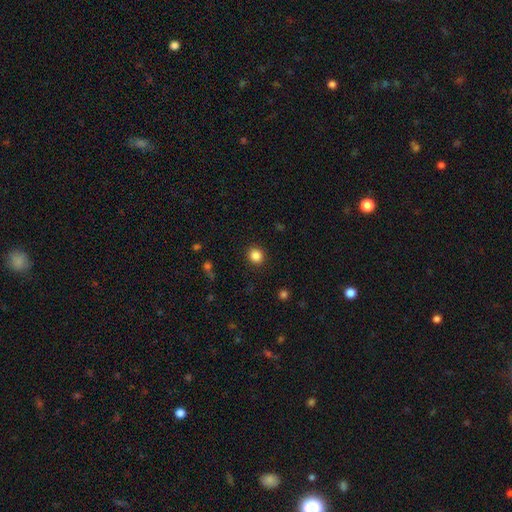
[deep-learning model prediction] The model was most divided on "how rounded": round: 83%, in between: 16%, cigar-shaped: 1%. More confident: merging — none (90%); smooth or featured — smooth (86%).